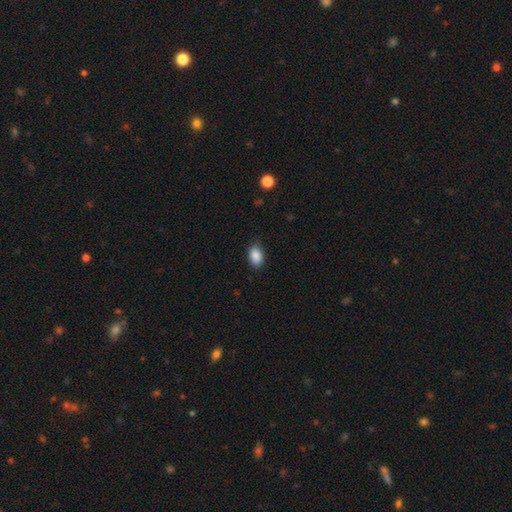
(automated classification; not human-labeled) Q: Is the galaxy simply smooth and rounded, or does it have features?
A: smooth — 88%.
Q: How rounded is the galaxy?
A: in between — 85%.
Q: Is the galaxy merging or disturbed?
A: none — 83%.